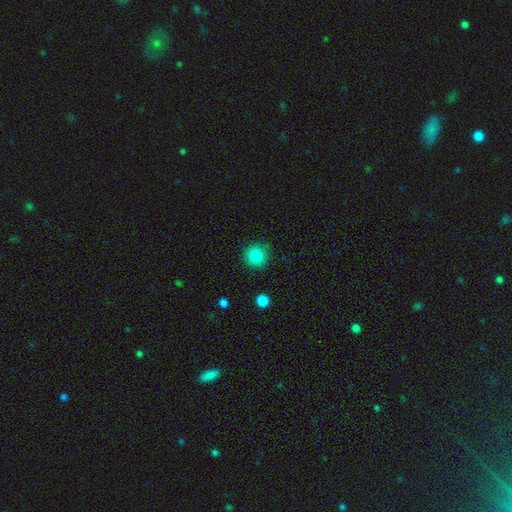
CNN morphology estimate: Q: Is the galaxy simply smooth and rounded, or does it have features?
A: smooth — 84%.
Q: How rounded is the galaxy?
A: round — 94%.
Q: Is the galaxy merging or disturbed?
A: none — 89%.